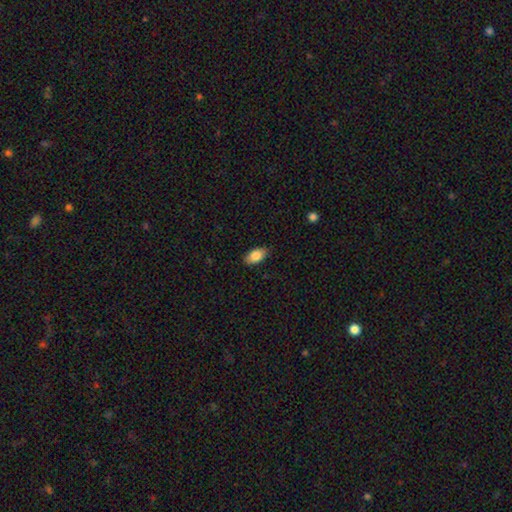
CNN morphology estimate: Smooth or featured? smooth (84%)
How rounded? in between (92%)
Merging? none (87%)